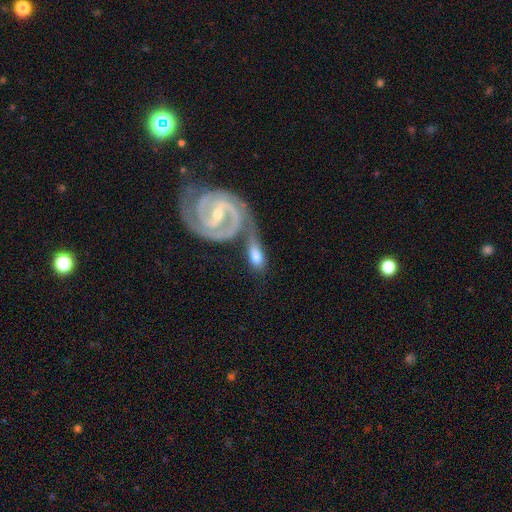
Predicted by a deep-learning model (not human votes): Smooth or featured: featured or disk — 50% (smooth — 44%)
Merging: merger — 40% (none — 33%)